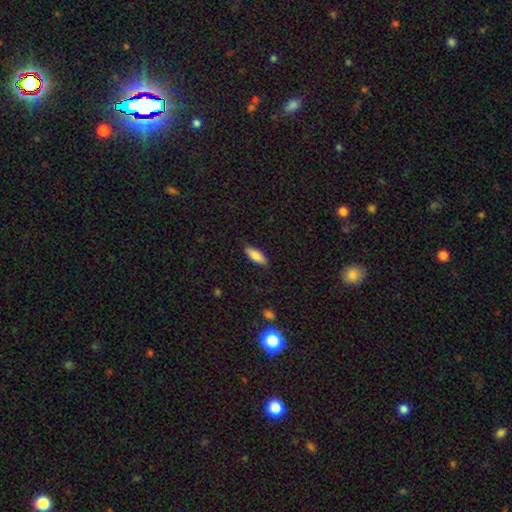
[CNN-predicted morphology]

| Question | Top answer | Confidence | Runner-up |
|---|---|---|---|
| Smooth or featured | smooth | 82% | featured or disk (11%) |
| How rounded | in between | 65% | cigar-shaped (33%) |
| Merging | none | 84% | minor disturbance (13%) |